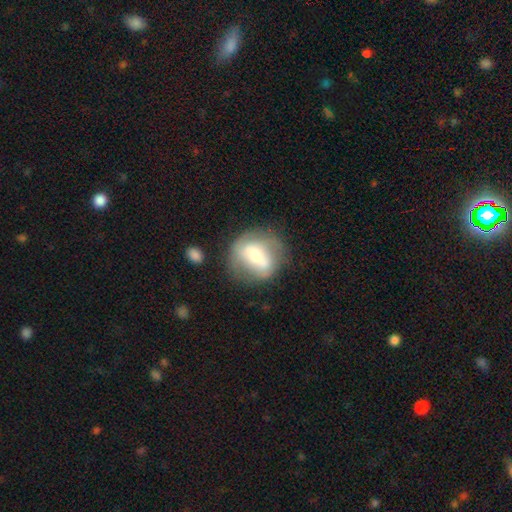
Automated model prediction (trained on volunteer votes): A featured or disk galaxy (49%).

Vote fractions:
- Smooth or featured? featured or disk: 49% / smooth: 43% / star or artifact: 9%
- Merging? none: 63% / minor disturbance: 21% / major disturbance: 11% / merger: 6%